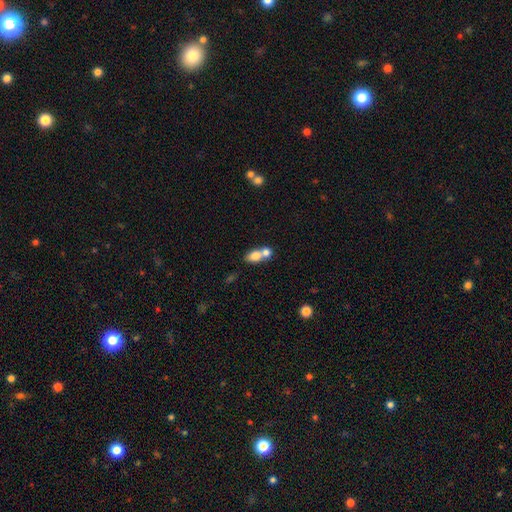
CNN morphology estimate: smooth-or-featured: smooth: 76% | featured or disk: 16% | star or artifact: 8%
  how-rounded: in between: 67% | round: 29% | cigar-shaped: 4%
  merging: merger: 66% | none: 25% | minor disturbance: 6% | major disturbance: 3%